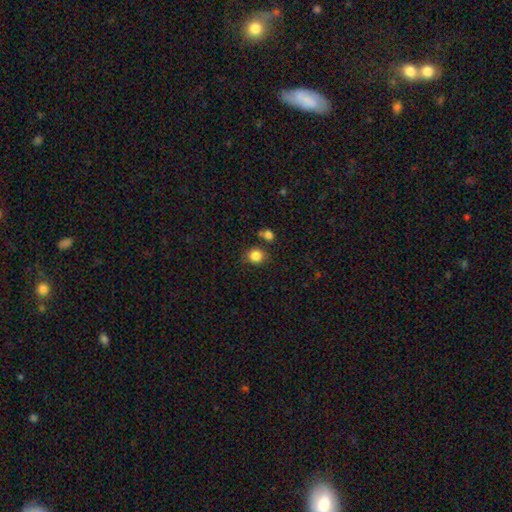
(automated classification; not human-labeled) Smooth or featured?
  - smooth: 84% *
  - star or artifact: 11%
  - featured or disk: 5%
How rounded?
  - round: 82% *
  - in between: 17%
  - cigar-shaped: 1%
Merging?
  - none: 76% *
  - minor disturbance: 11%
  - merger: 9%
  - major disturbance: 3%